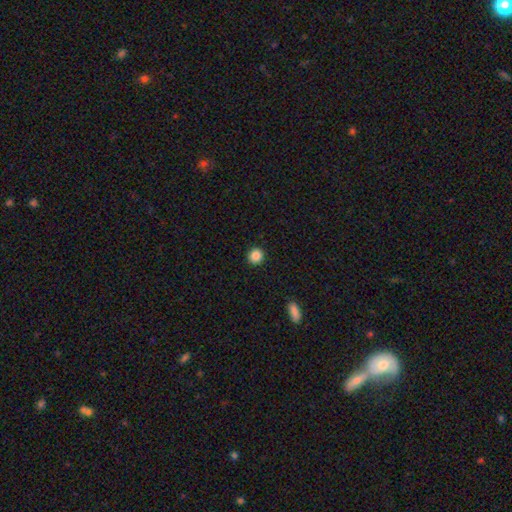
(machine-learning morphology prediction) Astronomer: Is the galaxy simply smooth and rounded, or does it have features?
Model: smooth — 87%.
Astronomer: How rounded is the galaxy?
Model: round — 93%.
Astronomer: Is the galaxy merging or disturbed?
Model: none — 93%.